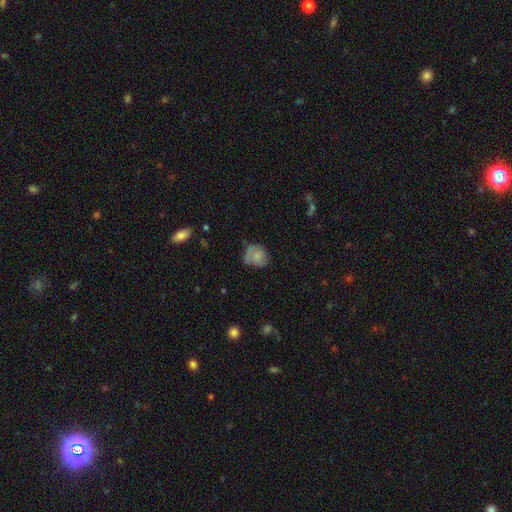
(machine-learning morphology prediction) Smooth or featured?
  - smooth: 68% *
  - featured or disk: 23%
  - star or artifact: 10%
How rounded?
  - round: 62% *
  - in between: 37%
  - cigar-shaped: 1%
Merging?
  - none: 46% *
  - minor disturbance: 34%
  - major disturbance: 16%
  - merger: 5%